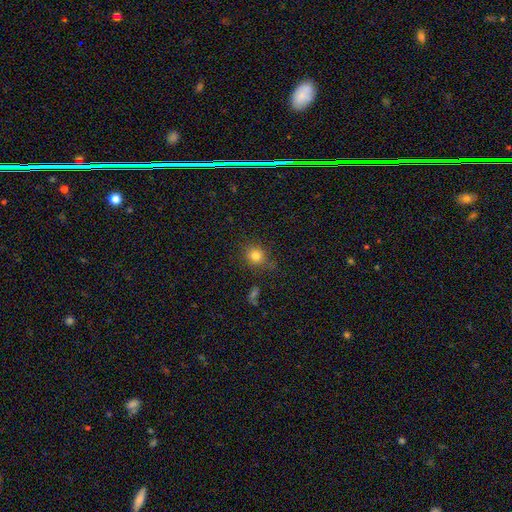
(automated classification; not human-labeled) smooth_or_featured: smooth (p=0.80) [alt: star or artifact p=0.14]
how_rounded: round (p=0.80) [alt: in between p=0.19]
merging: none (p=0.81) [alt: minor disturbance p=0.11]